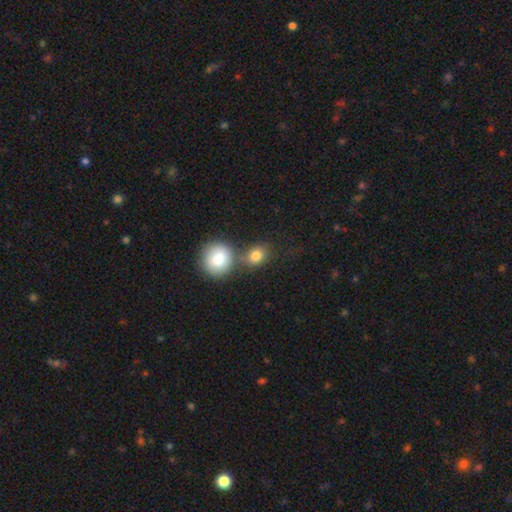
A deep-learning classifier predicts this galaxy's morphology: Smooth or featured?
  - smooth: 82% *
  - star or artifact: 10%
  - featured or disk: 8%
How rounded?
  - round: 65% *
  - in between: 34%
  - cigar-shaped: 1%
Merging?
  - none: 54% *
  - merger: 32%
  - minor disturbance: 10%
  - major disturbance: 4%